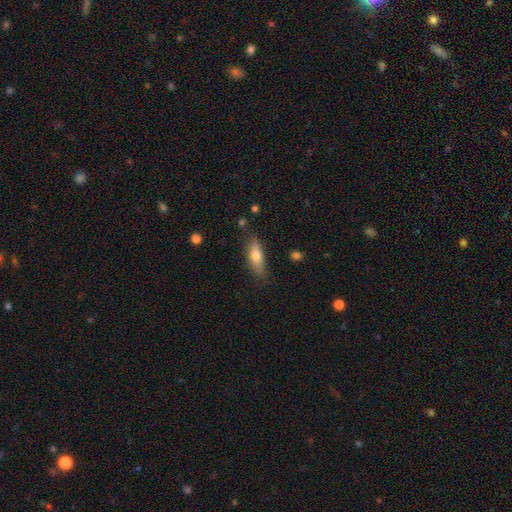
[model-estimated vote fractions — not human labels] Overall: smooth (67%; featured or disk 27%). How rounded: in between (60%; cigar-shaped 36%). Merging: none (78%).